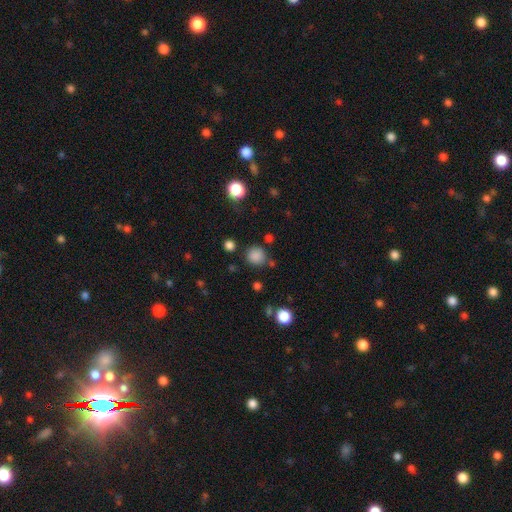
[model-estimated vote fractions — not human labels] This is clearly a smooth galaxy (83%). How rounded: clearly round (87%). Merging: likely none (78%).